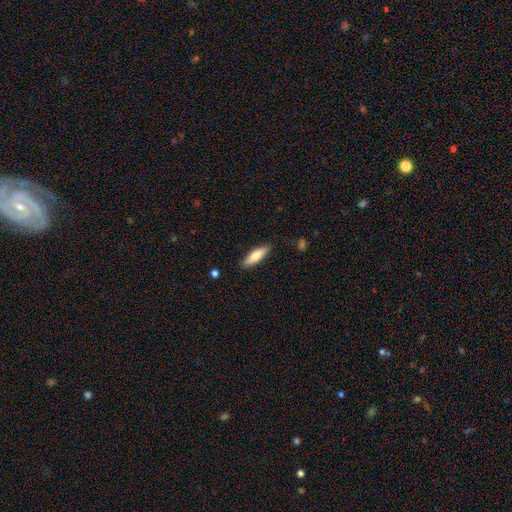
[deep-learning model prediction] The model was most divided on "how rounded": cigar-shaped: 58%, in between: 40%, round: 2%. More confident: merging — none (87%); smooth or featured — smooth (72%).